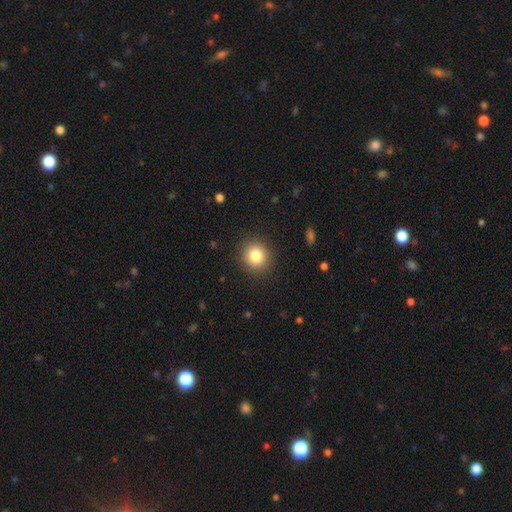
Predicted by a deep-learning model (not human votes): smooth-or-featured: smooth: 83% | star or artifact: 10% | featured or disk: 7%
  how-rounded: round: 88% | in between: 11% | cigar-shaped: 1%
  merging: none: 90% | minor disturbance: 7% | major disturbance: 2% | merger: 1%